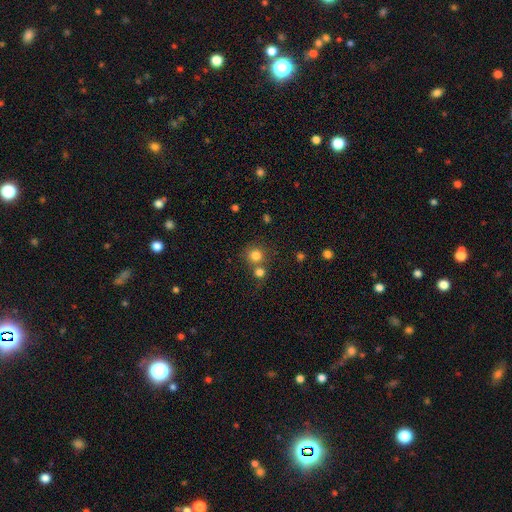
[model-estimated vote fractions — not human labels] smooth_or_featured: smooth (p=0.80) [alt: star or artifact p=0.13]
how_rounded: round (p=0.90) [alt: in between p=0.09]
merging: none (p=0.61) [alt: merger p=0.29]